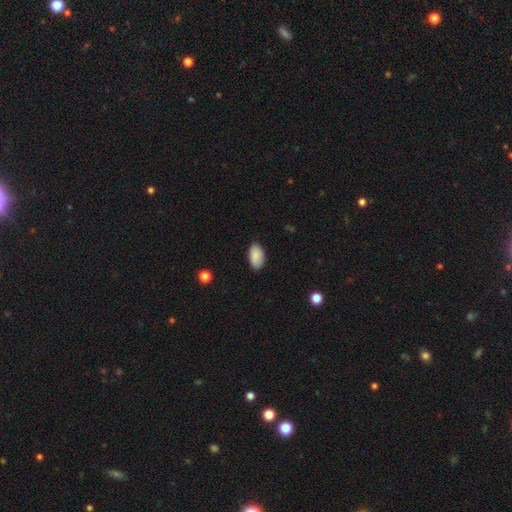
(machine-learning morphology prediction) Q: Smooth or featured?
A: smooth (89%); runner-up: star or artifact (7%)
Q: How rounded?
A: in between (95%); runner-up: round (4%)
Q: Merging?
A: none (85%); runner-up: minor disturbance (12%)